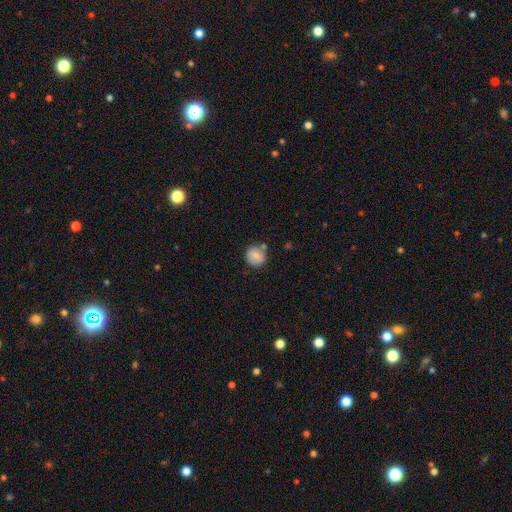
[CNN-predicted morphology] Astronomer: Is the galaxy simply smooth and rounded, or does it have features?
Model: smooth — 77%.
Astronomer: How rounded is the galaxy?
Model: round — 87%.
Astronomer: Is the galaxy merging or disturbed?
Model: none — 72%.